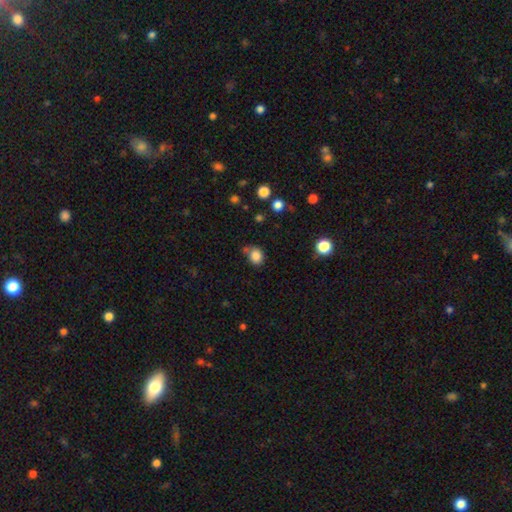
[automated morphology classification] This appears to be a smooth galaxy with no disk features (84%) that is round (61%). Merging: none (64%).